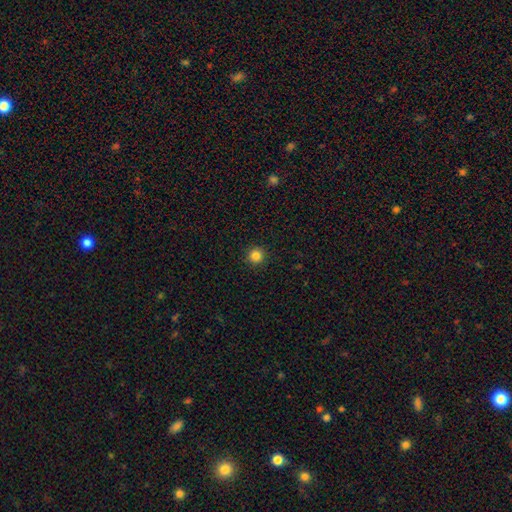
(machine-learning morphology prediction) smooth-or-featured: smooth: 85% | star or artifact: 12% | featured or disk: 4%
  how-rounded: round: 95% | in between: 4% | cigar-shaped: 1%
  merging: none: 93% | minor disturbance: 5% | major disturbance: 2% | merger: 1%